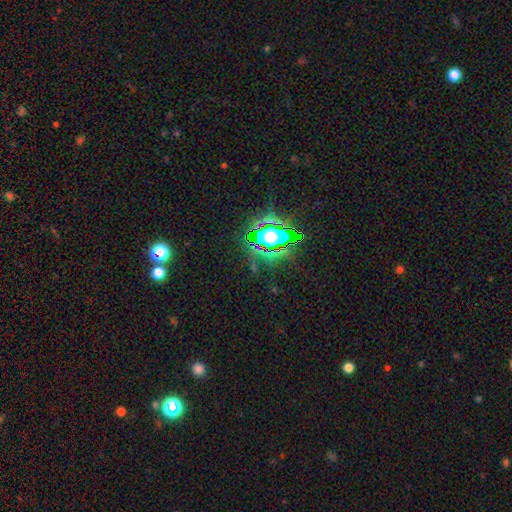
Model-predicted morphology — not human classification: Q: Smooth or featured?
A: star or artifact (82%); runner-up: smooth (11%)